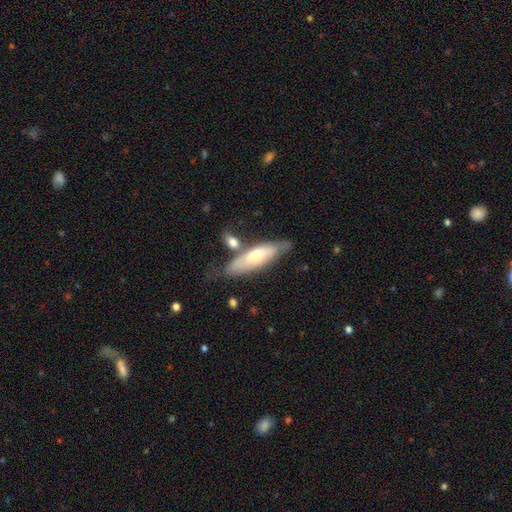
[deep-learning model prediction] A smooth galaxy with no disk features (52%) that is cigar-shaped (56%).

Vote fractions:
- Smooth or featured? smooth: 52% / featured or disk: 42% / star or artifact: 6%
- How rounded? cigar-shaped: 56% / in between: 42% / round: 2%
- Merging? none: 61% / minor disturbance: 19% / merger: 14% / major disturbance: 6%